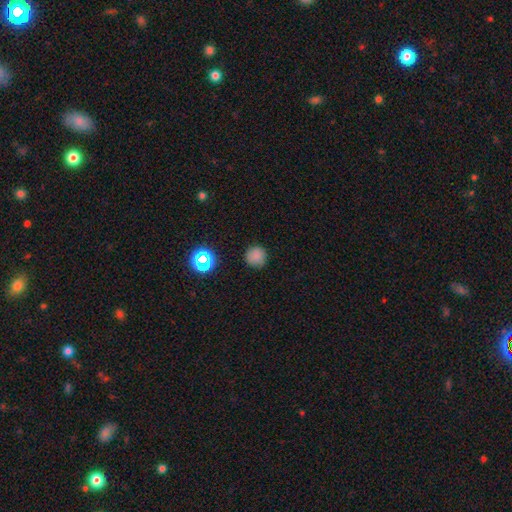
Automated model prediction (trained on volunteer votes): This is likely a smooth galaxy (80%). How rounded: clearly round (95%). Merging: clearly none (88%).